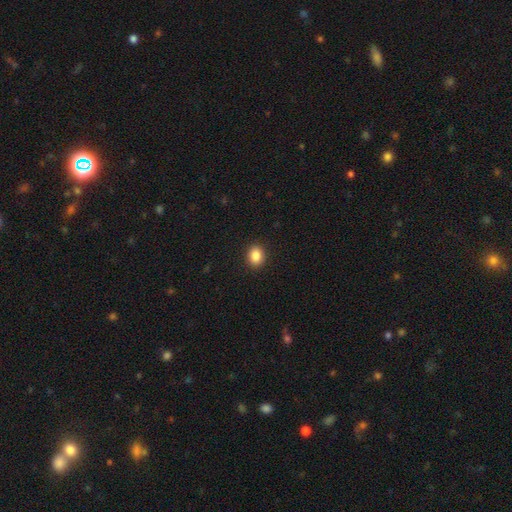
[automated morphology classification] type=smooth (87%); roundness=in between (50%); merging=none (91%).